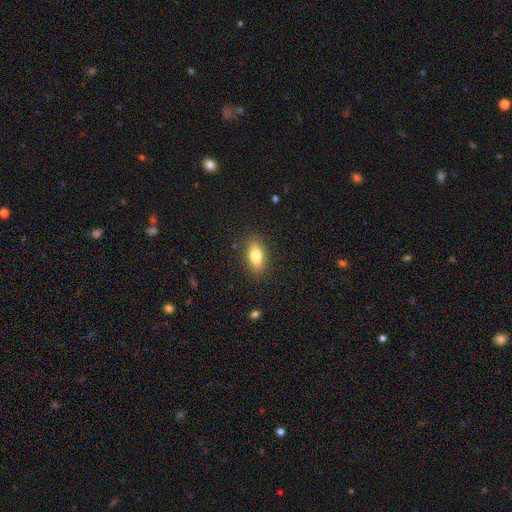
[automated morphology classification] Smooth or featured?
  - smooth: 78% *
  - featured or disk: 14%
  - star or artifact: 8%
How rounded?
  - in between: 83% *
  - cigar-shaped: 10%
  - round: 7%
Merging?
  - none: 87% *
  - minor disturbance: 10%
  - major disturbance: 3%
  - merger: 1%